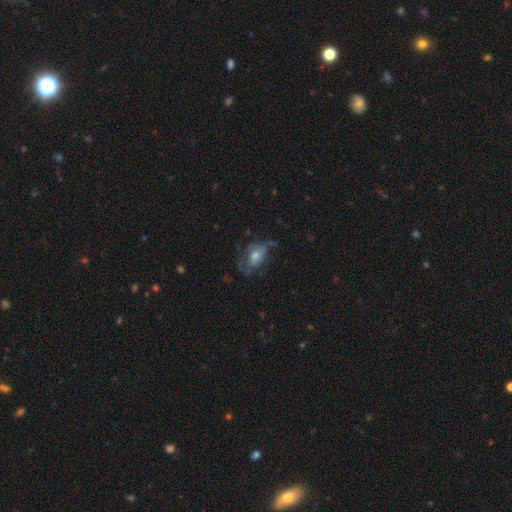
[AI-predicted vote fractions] Overall: featured or disk (52%; smooth 36%). Edge-on disk: no (93%). Merging: none (48%; major disturbance 26%).